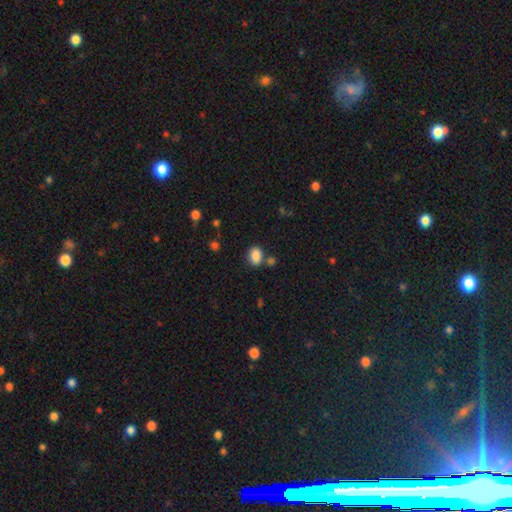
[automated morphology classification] This is clearly a smooth galaxy (87%). How rounded: likely in between (71%). Merging: likely none (70%).